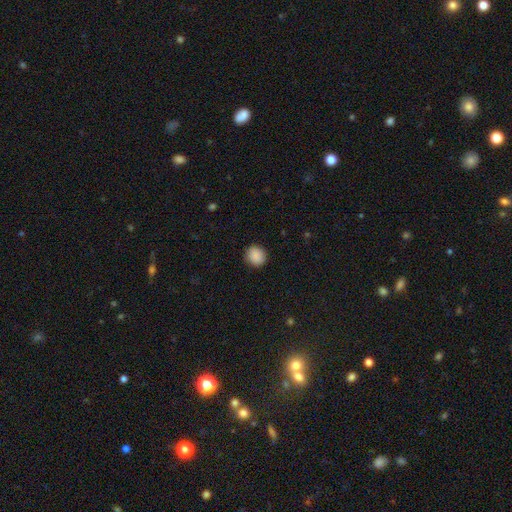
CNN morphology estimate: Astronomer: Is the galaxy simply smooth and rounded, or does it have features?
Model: smooth — 89%.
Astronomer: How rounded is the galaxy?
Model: round — 88%.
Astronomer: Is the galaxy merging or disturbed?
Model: none — 90%.